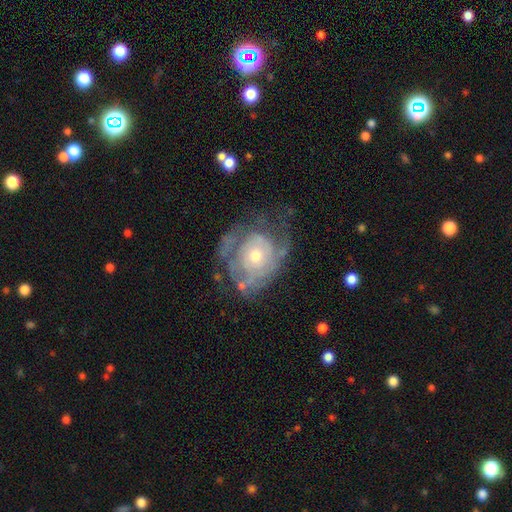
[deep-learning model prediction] A featured or disk galaxy (76%) with no bar (83%), tight (62%) spiral arms (75%) and a small central bulge (51%). Merging: none (49%).